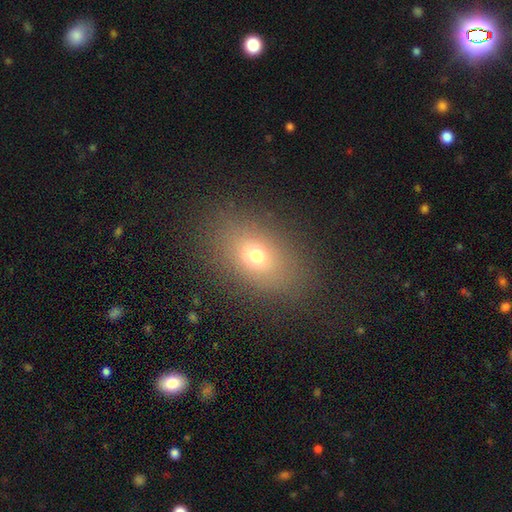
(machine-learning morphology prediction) Q: Smooth or featured?
A: smooth (69%); runner-up: star or artifact (16%)
Q: How rounded?
A: in between (76%); runner-up: round (22%)
Q: Merging?
A: none (84%); runner-up: minor disturbance (10%)